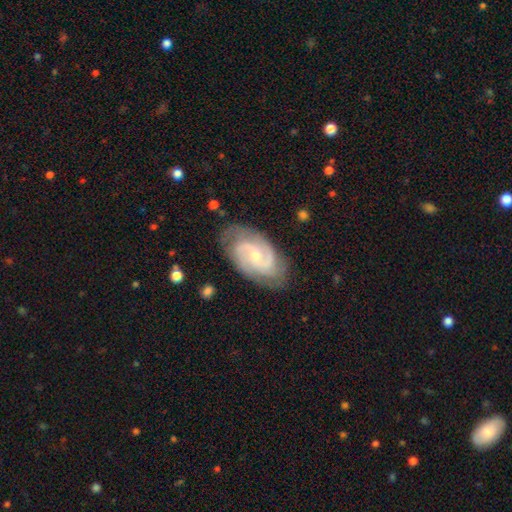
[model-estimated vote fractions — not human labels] A featured or disk galaxy (87%) with no bar (55%), 2 (70%) tight (47%) spiral arms (97%) and a small central bulge (62%). Merging: none (78%).